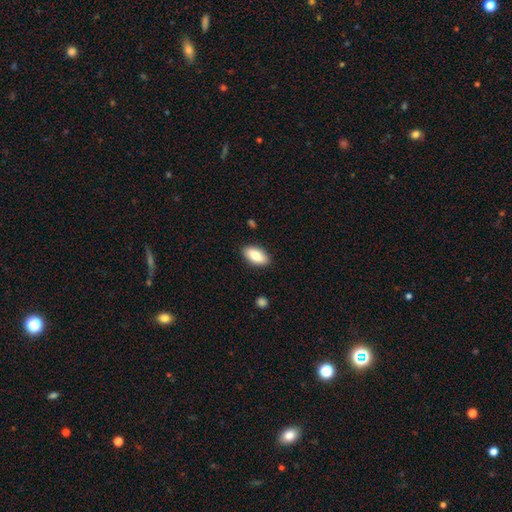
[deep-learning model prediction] Smooth or featured?
  - smooth: 81% *
  - featured or disk: 12%
  - star or artifact: 6%
How rounded?
  - in between: 91% *
  - cigar-shaped: 5%
  - round: 3%
Merging?
  - none: 88% *
  - minor disturbance: 9%
  - major disturbance: 2%
  - merger: 1%